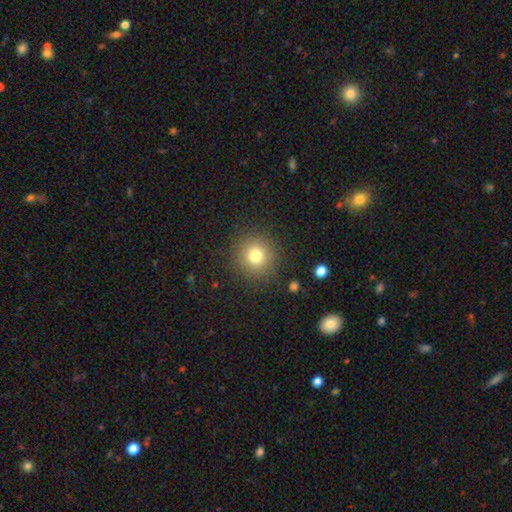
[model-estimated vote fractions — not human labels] A smooth galaxy with no disk features (78%) that is round (93%).

Vote fractions:
- Smooth or featured? smooth: 78% / star or artifact: 14% / featured or disk: 9%
- How rounded? round: 93% / in between: 6% / cigar-shaped: 1%
- Merging? none: 88% / minor disturbance: 7% / major disturbance: 3% / merger: 1%